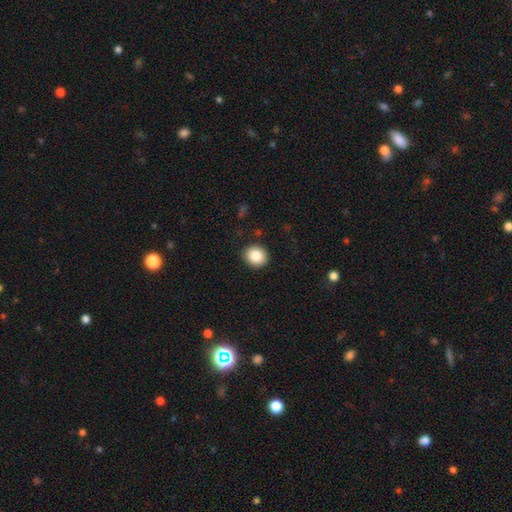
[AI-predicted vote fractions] The model was most divided on "how rounded": round: 74%, in between: 26%, cigar-shaped: 1%. More confident: merging — none (90%); smooth or featured — smooth (84%).